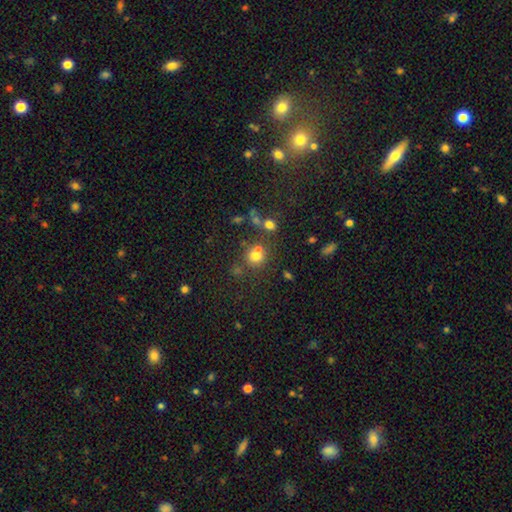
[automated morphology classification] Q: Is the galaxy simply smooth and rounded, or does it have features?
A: smooth — 69%.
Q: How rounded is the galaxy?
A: round — 86%.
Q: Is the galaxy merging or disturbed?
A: none — 54%.